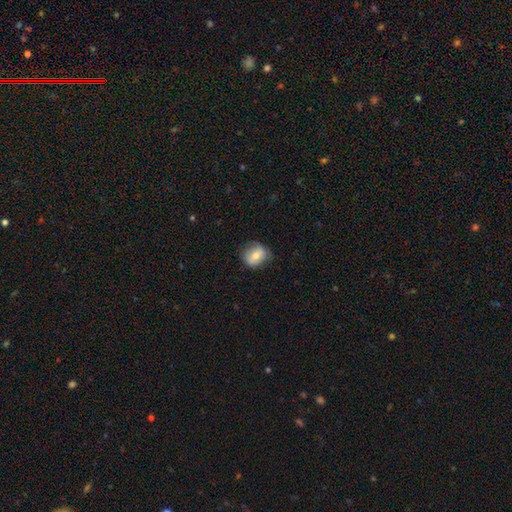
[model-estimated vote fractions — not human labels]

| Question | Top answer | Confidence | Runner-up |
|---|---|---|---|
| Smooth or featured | smooth | 64% | featured or disk (28%) |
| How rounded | round | 63% | in between (36%) |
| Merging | none | 72% | minor disturbance (21%) |